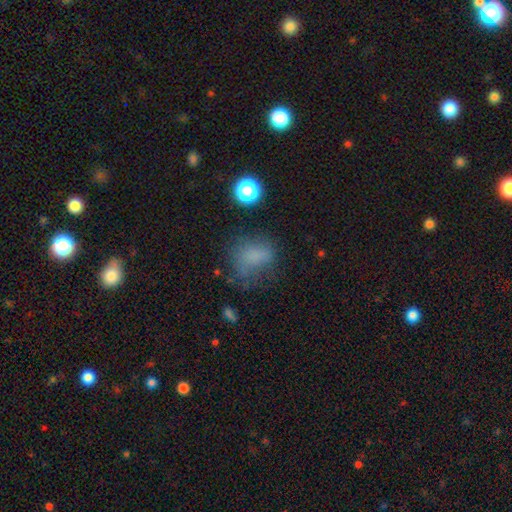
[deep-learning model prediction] Morphology: type=smooth (69%); roundness=in between (58%); merging=none (46%).